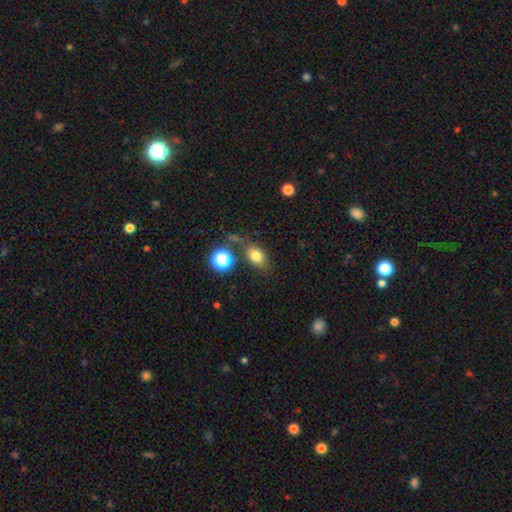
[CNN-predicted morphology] smooth-or-featured: smooth: 76% | star or artifact: 13% | featured or disk: 10%
  how-rounded: in between: 77% | round: 21% | cigar-shaped: 2%
  merging: none: 68% | minor disturbance: 15% | merger: 10% | major disturbance: 6%